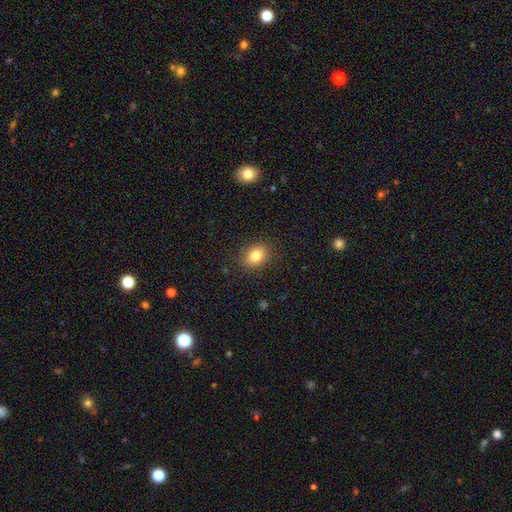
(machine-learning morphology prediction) Smooth or featured? Predicted: smooth (p=0.81). How rounded? Predicted: in between (p=0.61). Merging? Predicted: none (p=0.87).